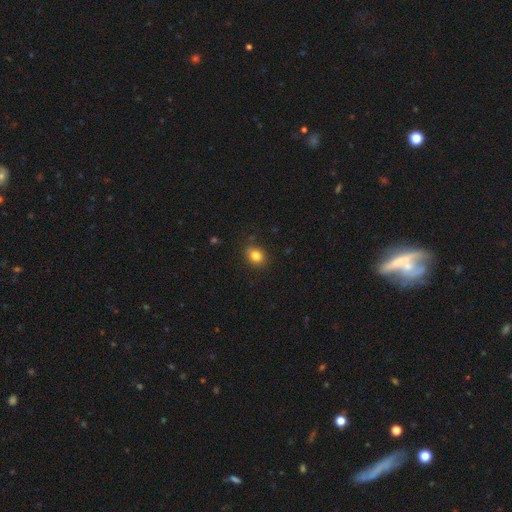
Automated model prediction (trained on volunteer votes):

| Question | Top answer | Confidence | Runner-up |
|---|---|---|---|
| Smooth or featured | smooth | 83% | star or artifact (10%) |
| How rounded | in between | 56% | round (43%) |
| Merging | none | 85% | minor disturbance (11%) |